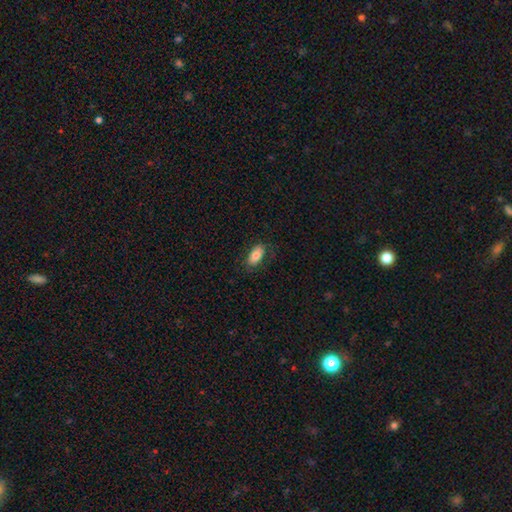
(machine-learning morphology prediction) smooth-or-featured: smooth: 79% | featured or disk: 14% | star or artifact: 7%
  how-rounded: in between: 91% | cigar-shaped: 6% | round: 3%
  merging: none: 80% | minor disturbance: 14% | major disturbance: 4% | merger: 1%